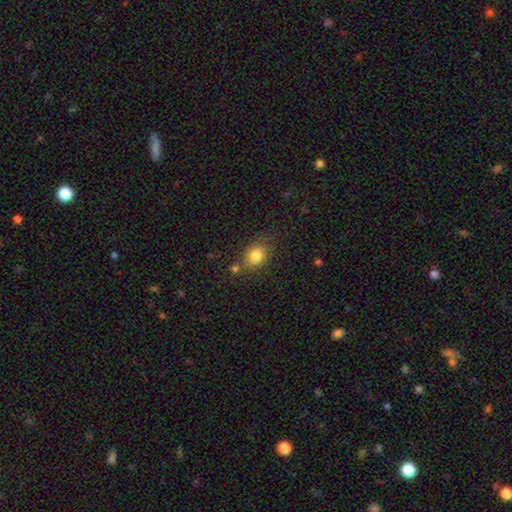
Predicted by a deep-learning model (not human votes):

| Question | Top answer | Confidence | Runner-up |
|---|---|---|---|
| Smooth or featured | smooth | 81% | star or artifact (11%) |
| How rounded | round | 51% | in between (47%) |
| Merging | none | 68% | minor disturbance (16%) |